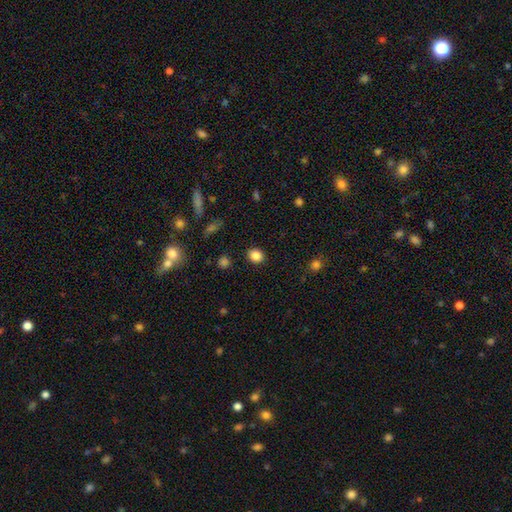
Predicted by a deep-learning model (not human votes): This is clearly a smooth galaxy (86%). How rounded: likely round (67%). Merging: clearly none (89%).